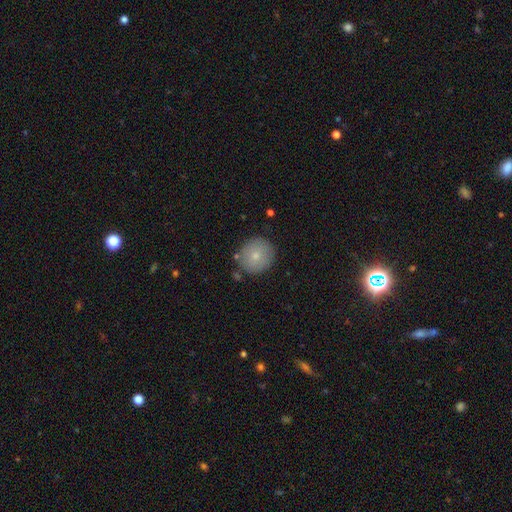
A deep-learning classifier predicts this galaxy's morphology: This is likely a smooth galaxy (78%). How rounded: clearly round (91%). Merging: clearly none (85%).